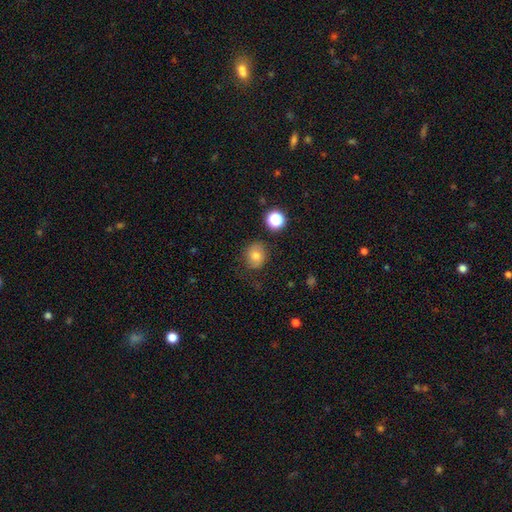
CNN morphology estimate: This is likely a smooth galaxy (72%). How rounded: likely round (73%). Merging: likely none (73%).